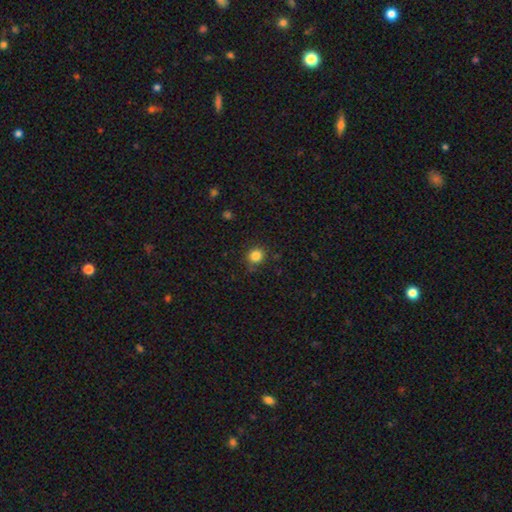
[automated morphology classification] A smooth galaxy with no disk features (84%) that is round (87%). Merging: none (83%).